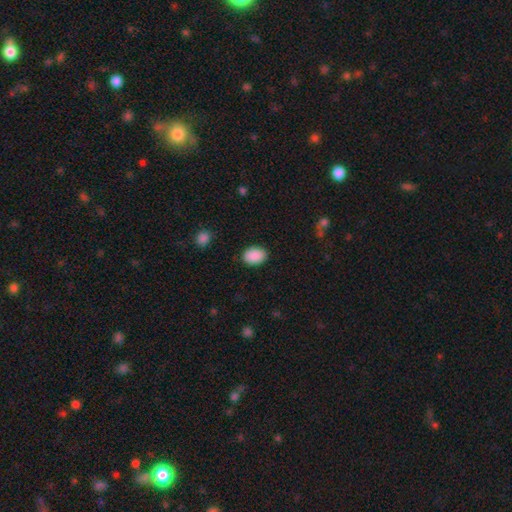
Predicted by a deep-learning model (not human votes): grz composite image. It shows a smooth galaxy with no disk features (91%) that is in between round and cigar-shaped (81%). Merging: none (89%).